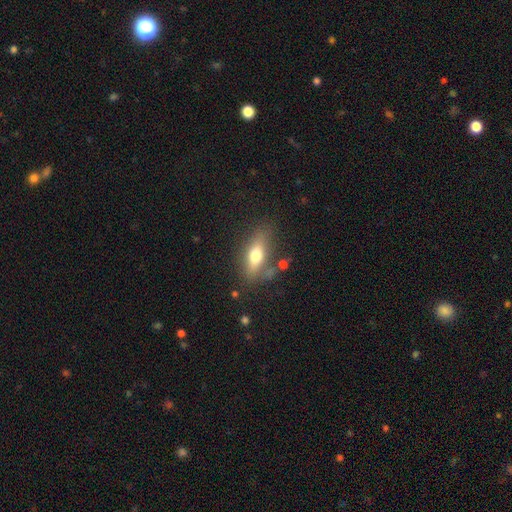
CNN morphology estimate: Smooth or featured? smooth (62%)
How rounded? in between (65%)
Merging? none (72%)